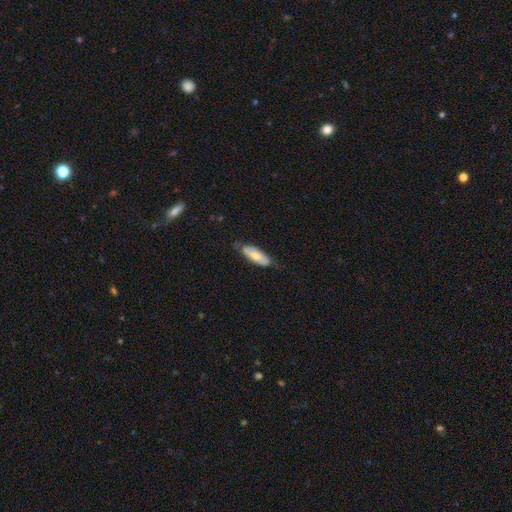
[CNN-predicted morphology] Smooth or featured? smooth (65%)
How rounded? in between (65%)
Merging? none (72%)